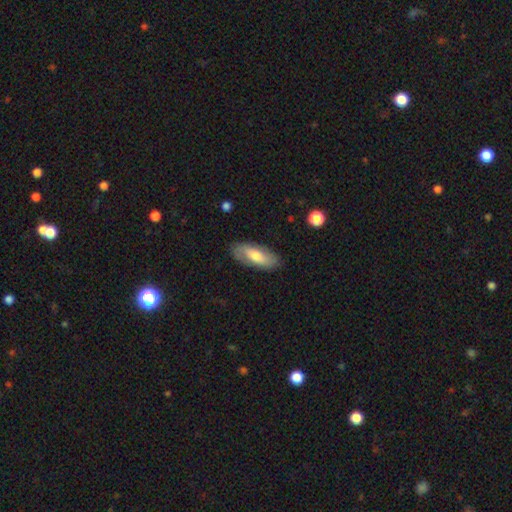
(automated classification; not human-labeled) Smooth or featured? smooth (61%)
How rounded? in between (78%)
Merging? none (81%)